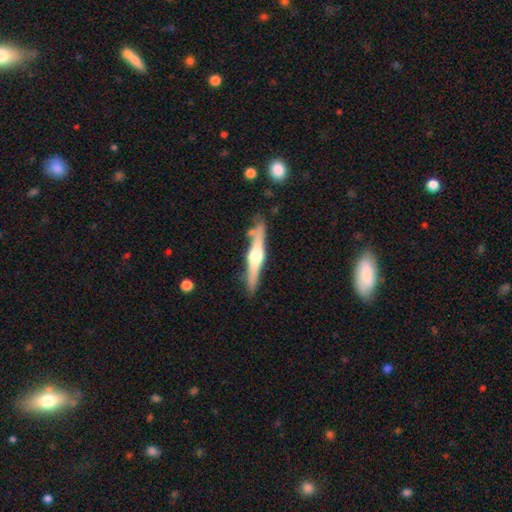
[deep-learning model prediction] A featured or disk galaxy (72%) viewed edge-on (97%) with a rounded central bulge (92%). Merging: none (80%).